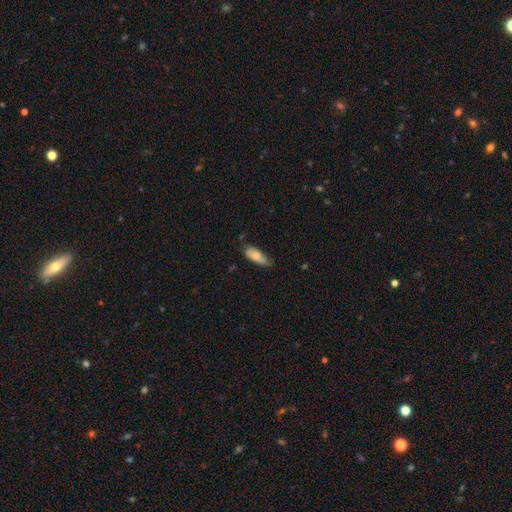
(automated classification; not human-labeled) A smooth galaxy with no disk features (74%) that is in between round and cigar-shaped (70%). Merging: none (62%).